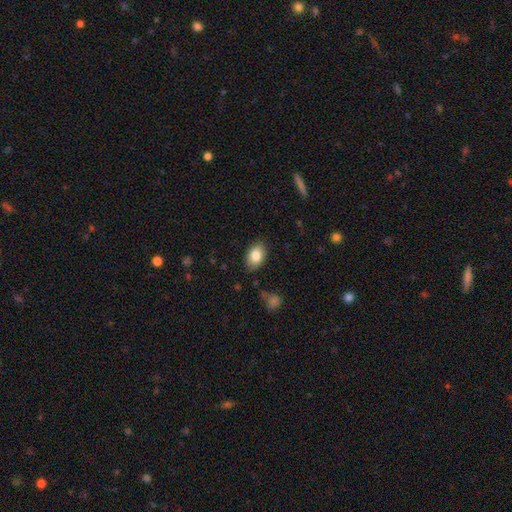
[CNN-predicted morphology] smooth-or-featured: smooth: 84% | featured or disk: 9% | star or artifact: 8%
  how-rounded: in between: 85% | round: 13% | cigar-shaped: 1%
  merging: none: 85% | minor disturbance: 11% | major disturbance: 3% | merger: 1%